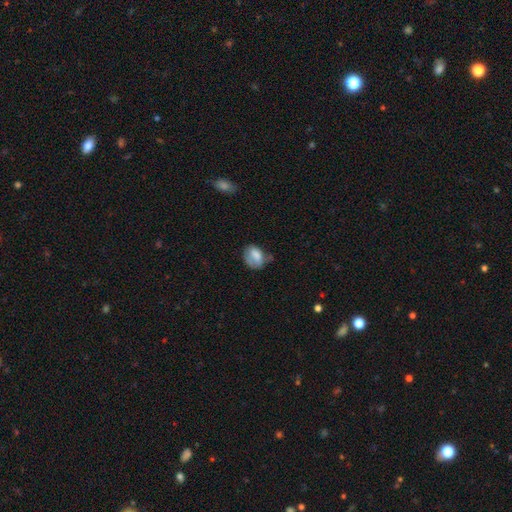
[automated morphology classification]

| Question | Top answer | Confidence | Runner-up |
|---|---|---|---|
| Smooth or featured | smooth | 72% | featured or disk (19%) |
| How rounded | in between | 64% | round (35%) |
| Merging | none | 41% | minor disturbance (35%) |